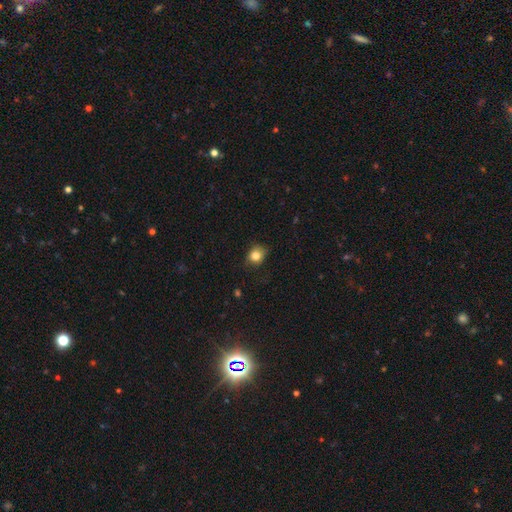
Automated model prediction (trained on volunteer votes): This is clearly a smooth galaxy (82%). How rounded: likely round (67%). Merging: likely none (76%).